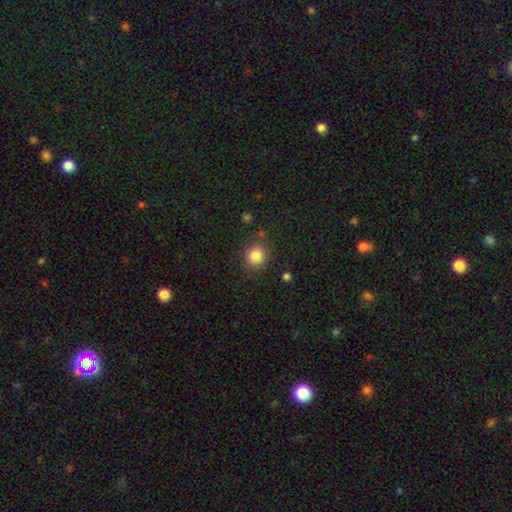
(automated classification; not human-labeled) Q: Smooth or featured?
A: smooth (84%); runner-up: star or artifact (11%)
Q: How rounded?
A: round (85%); runner-up: in between (14%)
Q: Merging?
A: none (84%); runner-up: minor disturbance (10%)